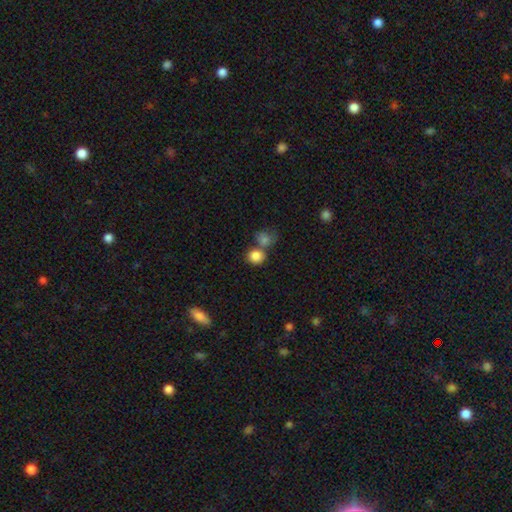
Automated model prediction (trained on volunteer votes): Smooth or featured? smooth (84%)
How rounded? round (79%)
Merging? none (52%)